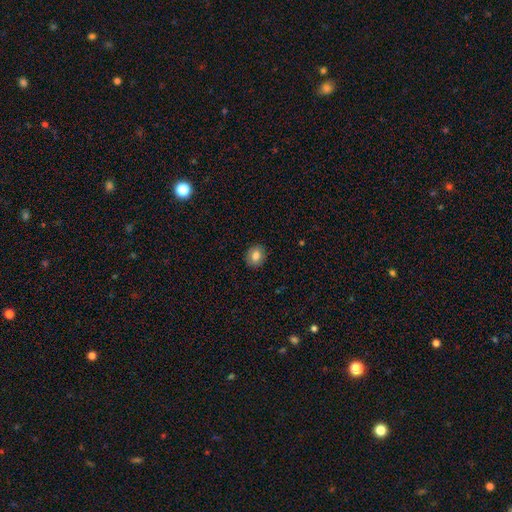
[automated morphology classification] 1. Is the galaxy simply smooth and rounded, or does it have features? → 80% smooth, 11% featured or disk, 9% star or artifact.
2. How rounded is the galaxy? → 64% round, 35% in between, 1% cigar-shaped.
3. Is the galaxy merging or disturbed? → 89% none, 8% minor disturbance, 2% major disturbance, 1% merger.